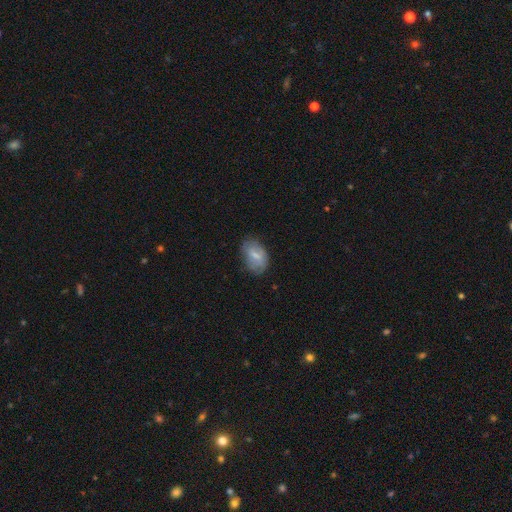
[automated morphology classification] A smooth galaxy with no disk features (62%) that is in between round and cigar-shaped (88%).

Vote fractions:
- Smooth or featured? smooth: 62% / featured or disk: 30% / star or artifact: 8%
- How rounded? in between: 88% / round: 10% / cigar-shaped: 2%
- Merging? none: 65% / minor disturbance: 25% / major disturbance: 8% / merger: 1%